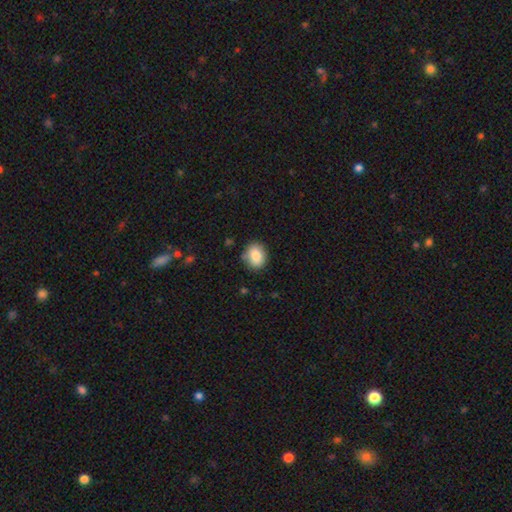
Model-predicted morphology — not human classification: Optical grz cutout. It shows a smooth galaxy with no disk features (85%) that is in between round and cigar-shaped (51%). Merging: none (83%).